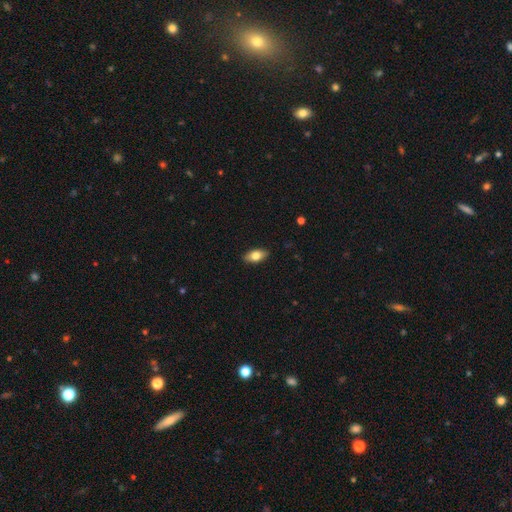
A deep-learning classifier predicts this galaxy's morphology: type=smooth (75%); roundness=in between (89%); merging=none (89%).